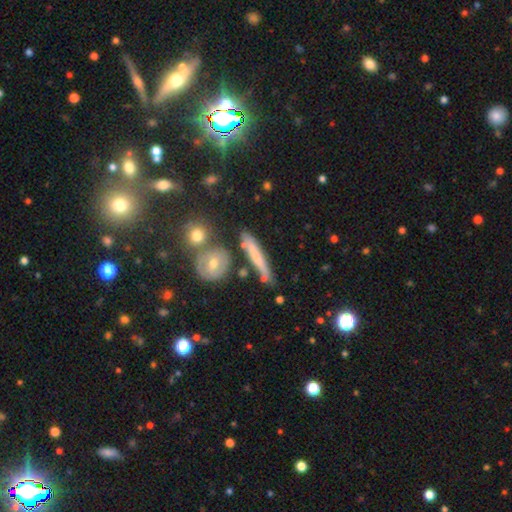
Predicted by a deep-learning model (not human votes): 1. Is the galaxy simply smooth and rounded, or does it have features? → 54% smooth, 38% featured or disk, 8% star or artifact.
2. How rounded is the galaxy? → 86% cigar-shaped, 8% in between, 5% round.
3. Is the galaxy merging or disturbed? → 71% none, 16% minor disturbance, 9% merger, 4% major disturbance.